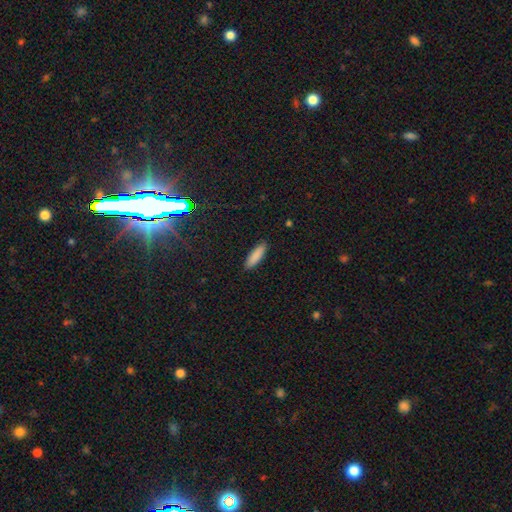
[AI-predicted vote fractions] Smooth or featured: smooth — 88% (star or artifact — 7%)
How rounded: cigar-shaped — 62% (in between — 37%)
Merging: none — 90% (minor disturbance — 8%)